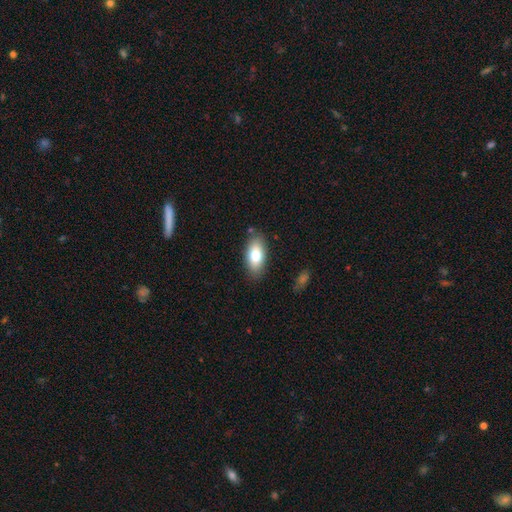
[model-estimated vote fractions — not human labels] This is likely a smooth galaxy (76%). How rounded: clearly in between (91%). Merging: clearly none (84%).